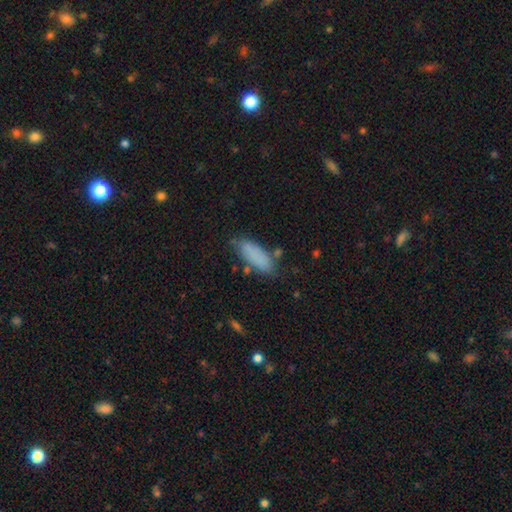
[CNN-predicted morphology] Overall: smooth (85%). How rounded: in between (67%; cigar-shaped 31%). Merging: none (72%).